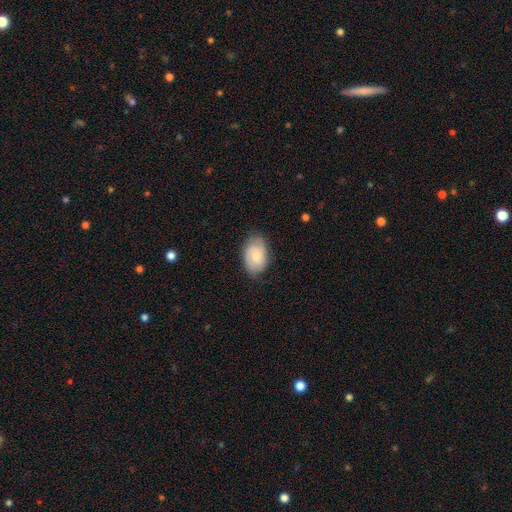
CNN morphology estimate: The model was most divided on "smooth or featured": smooth: 60%, featured or disk: 33%, star or artifact: 7%. More confident: how rounded — in between (89%); merging — none (78%).